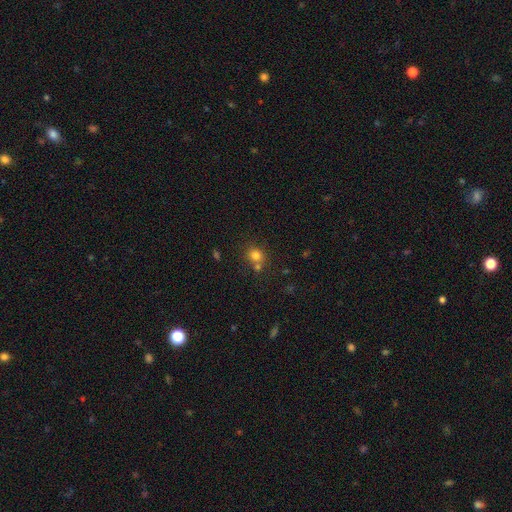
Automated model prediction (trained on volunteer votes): This appears to be a smooth galaxy with no disk features (78%) that is round (81%). Merging: none (61%).